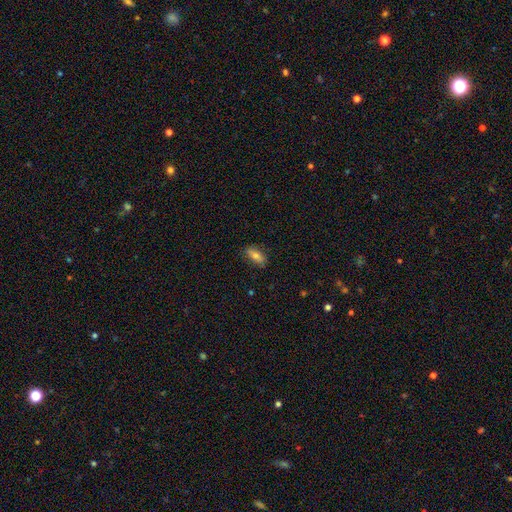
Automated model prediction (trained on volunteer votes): Smooth or featured? smooth (74%)
How rounded? in between (77%)
Merging? none (83%)